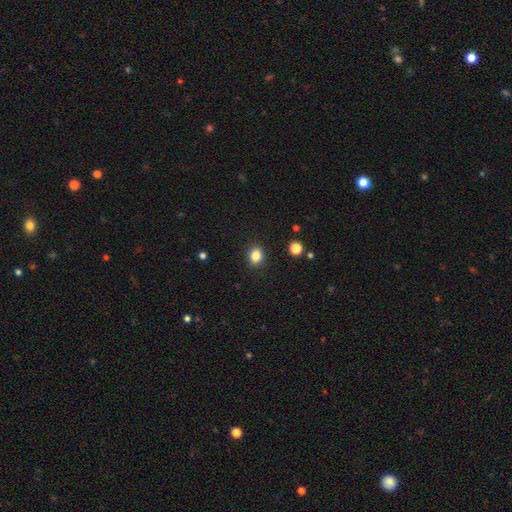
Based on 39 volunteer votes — This is clearly a smooth galaxy (90%). How rounded: possibly in between (51%). Merging: clearly none (86%).